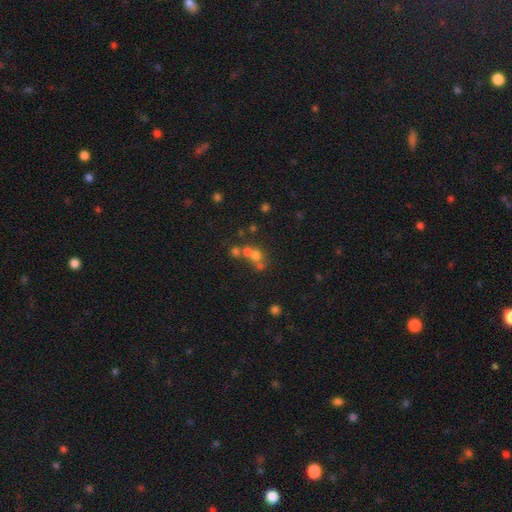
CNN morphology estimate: smooth 56%, featured or disk 23%, star or artifact 21%. Down the decision tree: how rounded — round (80%); merging — merger (51%).